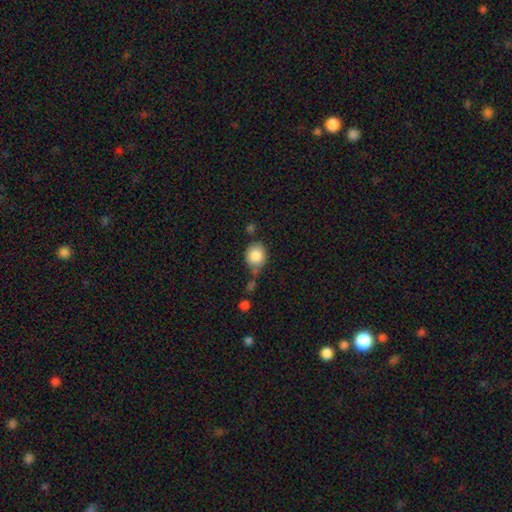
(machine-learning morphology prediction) smooth-or-featured: smooth: 85% | star or artifact: 8% | featured or disk: 7%
  how-rounded: round: 71% | in between: 28% | cigar-shaped: 1%
  merging: none: 55% | minor disturbance: 23% | merger: 14% | major disturbance: 8%